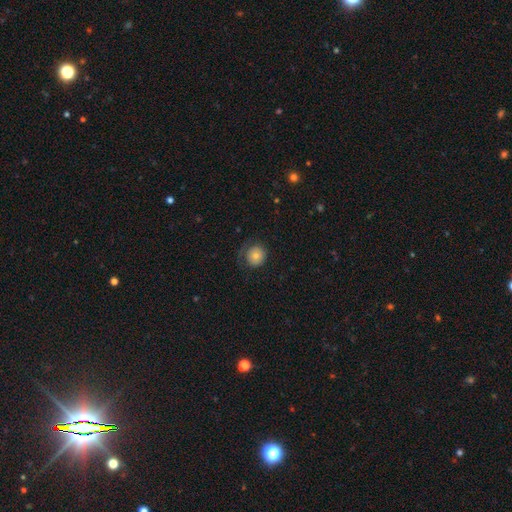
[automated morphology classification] Smooth or featured? smooth (75%)
How rounded? round (91%)
Merging? none (68%)